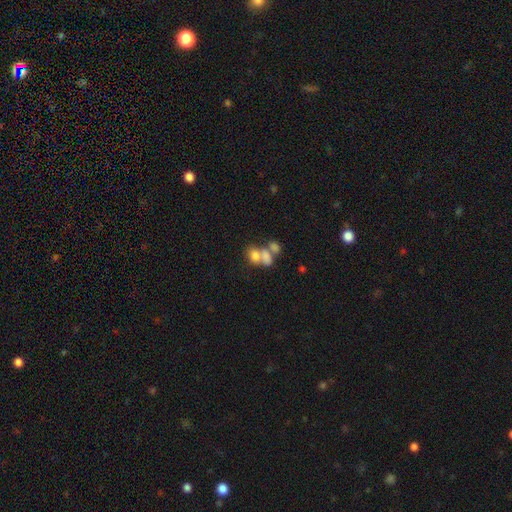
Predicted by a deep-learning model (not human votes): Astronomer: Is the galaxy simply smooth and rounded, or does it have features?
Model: smooth — 69%.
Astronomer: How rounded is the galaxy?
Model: in between — 72%.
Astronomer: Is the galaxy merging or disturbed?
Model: merger — 63%.